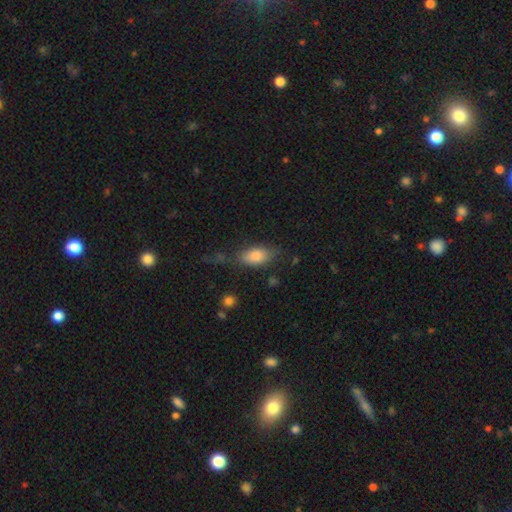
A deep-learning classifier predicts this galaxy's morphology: Smooth or featured? Predicted: smooth (p=0.81). How rounded? Predicted: in between (p=0.87). Merging? Predicted: none (p=0.69).